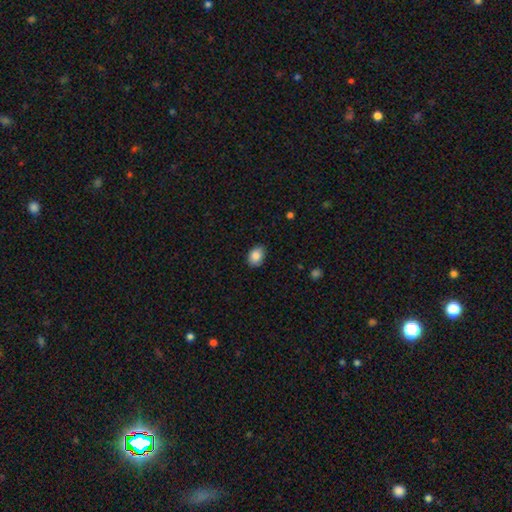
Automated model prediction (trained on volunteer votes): This is clearly a smooth galaxy (87%). How rounded: likely in between (72%). Merging: clearly none (84%).